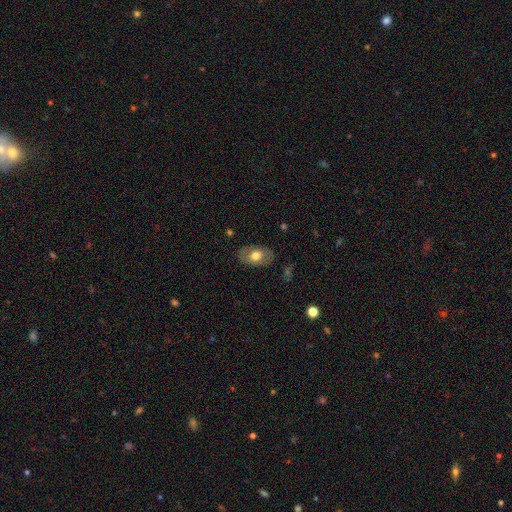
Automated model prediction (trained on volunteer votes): A smooth galaxy with no disk features (64%) that is in between round and cigar-shaped (89%). Merging: none (83%).